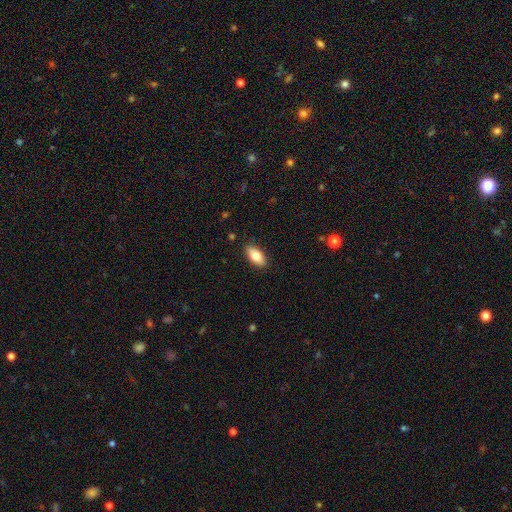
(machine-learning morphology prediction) type=smooth (79%); roundness=in between (89%); merging=none (88%).